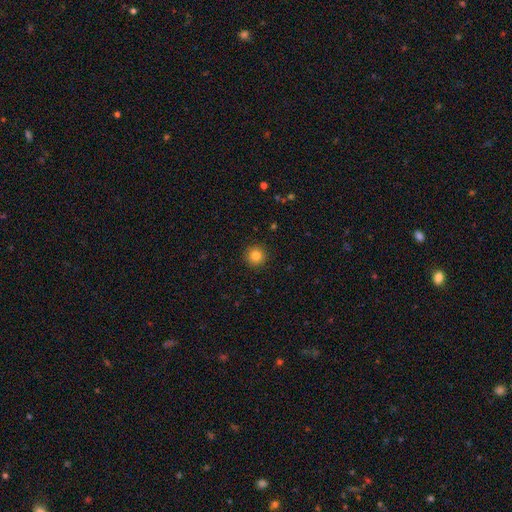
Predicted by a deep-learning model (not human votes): smooth 83%, star or artifact 11%, featured or disk 6%. Down the decision tree: how rounded — round (95%); merging — none (92%).